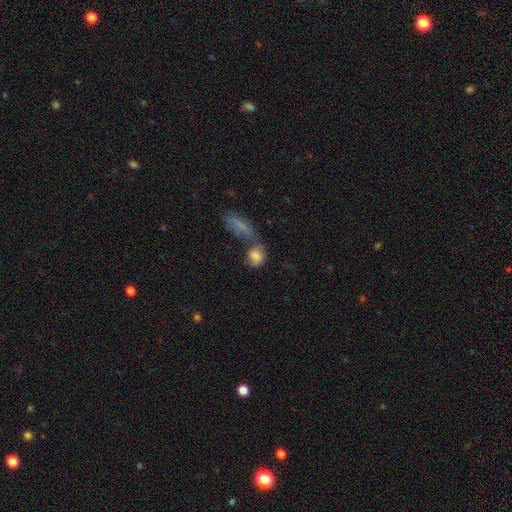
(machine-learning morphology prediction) Overall: smooth (79%). How rounded: in between (52%; round 43%). Merging: merger (42%; none 35%).